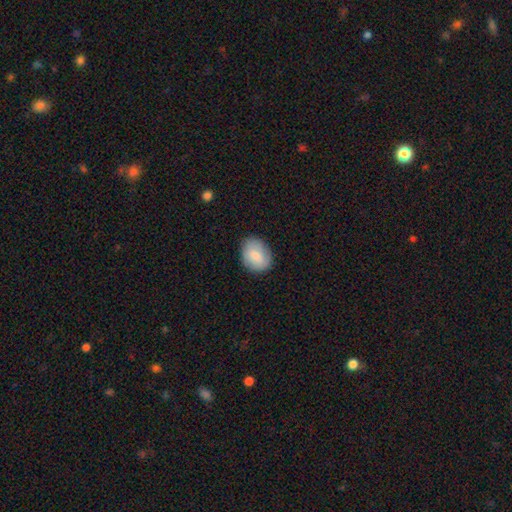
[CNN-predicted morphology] smooth-or-featured: smooth: 82% | featured or disk: 12% | star or artifact: 7%
  how-rounded: in between: 63% | round: 36% | cigar-shaped: 1%
  merging: none: 83% | minor disturbance: 13% | major disturbance: 3% | merger: 1%